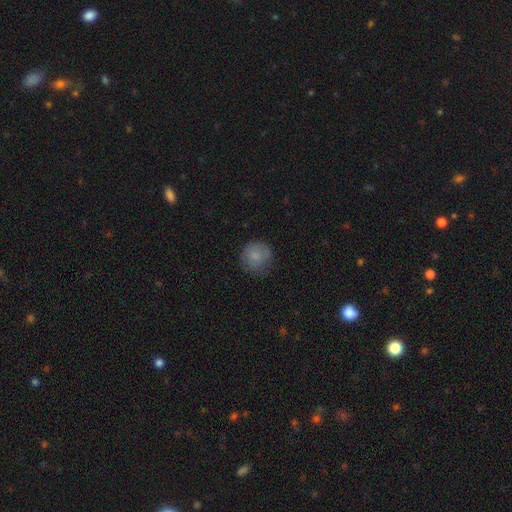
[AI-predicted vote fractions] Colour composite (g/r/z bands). It shows a smooth galaxy with no disk features (80%) that is round (90%). Merging: none (71%).